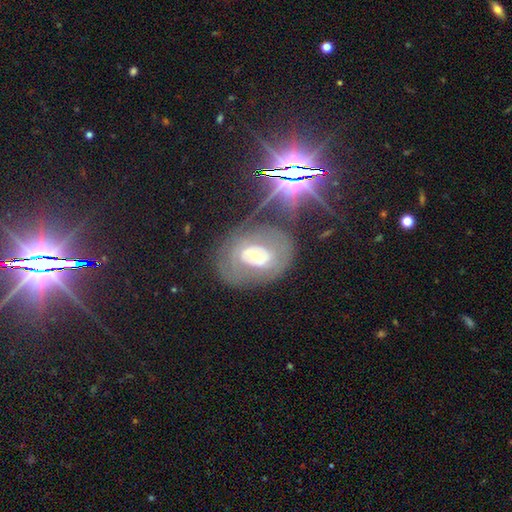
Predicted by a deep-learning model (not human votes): smooth-or-featured: featured or disk: 62% | smooth: 24% | star or artifact: 14%
  disk-edge-on: no: 93% | yes: 7%
    bar: no: 52% | weak: 29% | strong: 19%
    has-spiral-arms: no: 51% | yes: 49%
    bulge-size: moderate: 59% | small: 29% | large: 9% | dominant: 2% | none: 1%
  merging: none: 70% | minor disturbance: 16% | major disturbance: 11% | merger: 3%